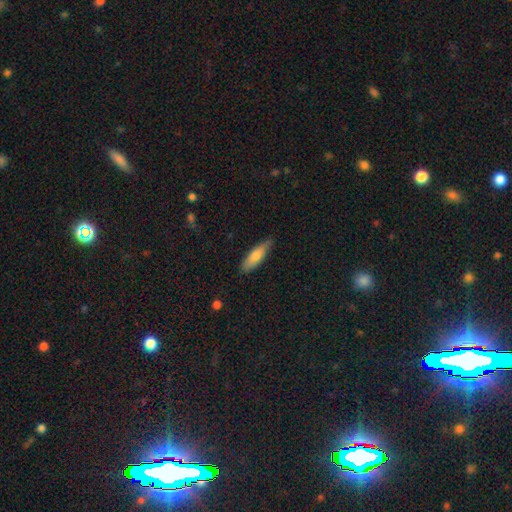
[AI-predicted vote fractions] Smooth or featured? smooth (74%)
How rounded? cigar-shaped (53%)
Merging? none (78%)